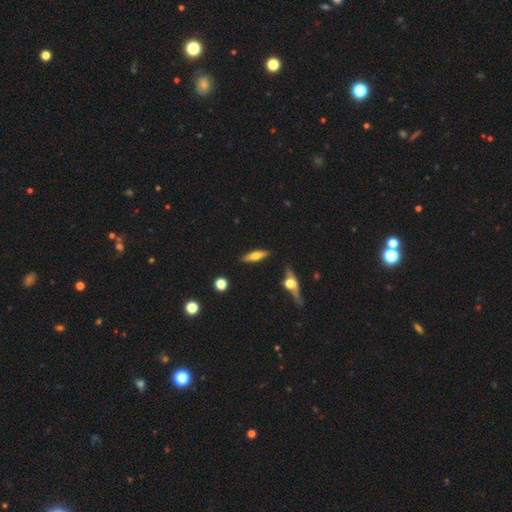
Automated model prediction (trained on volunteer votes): smooth_or_featured: smooth (p=0.51) [alt: featured or disk p=0.42]
how_rounded: cigar-shaped (p=0.61) [alt: in between p=0.36]
merging: none (p=0.85) [alt: minor disturbance p=0.09]